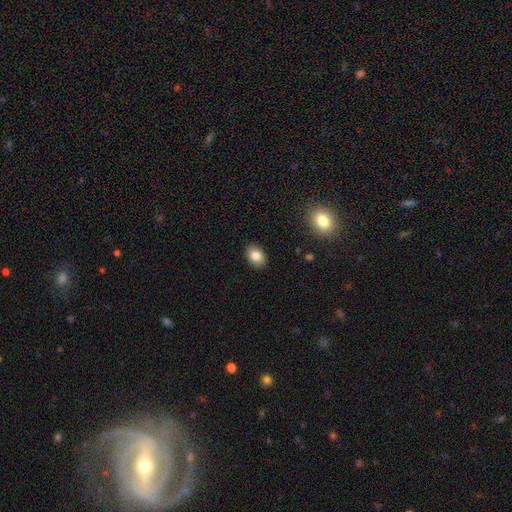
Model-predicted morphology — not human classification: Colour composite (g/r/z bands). It shows a smooth galaxy with no disk features (83%) that is in between round and cigar-shaped (76%). Merging: none (89%).